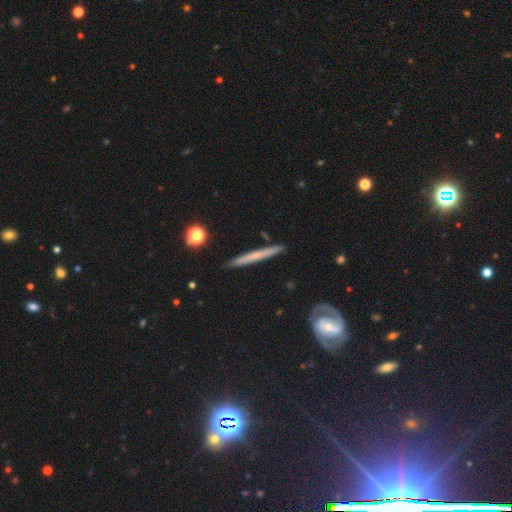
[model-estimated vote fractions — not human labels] A featured or disk galaxy (52%) viewed edge-on (91%). Merging: none (90%).